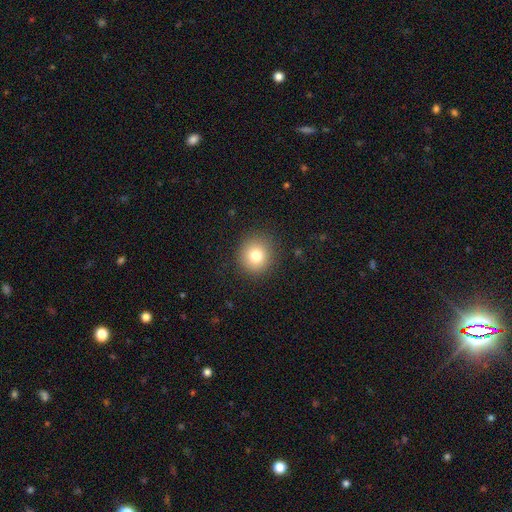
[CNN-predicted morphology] Smooth or featured: smooth — 79% (star or artifact — 12%)
How rounded: round — 90% (in between — 9%)
Merging: none — 89% (minor disturbance — 7%)